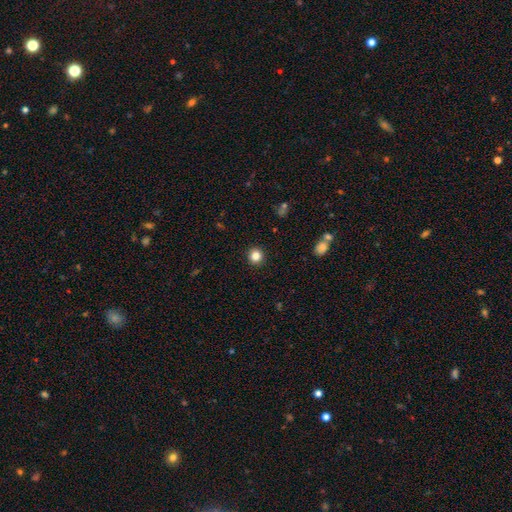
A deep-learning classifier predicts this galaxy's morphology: smooth-or-featured: smooth: 84% | star or artifact: 11% | featured or disk: 5%
  how-rounded: round: 93% | in between: 6% | cigar-shaped: 1%
  merging: none: 93% | minor disturbance: 5% | major disturbance: 2% | merger: 1%